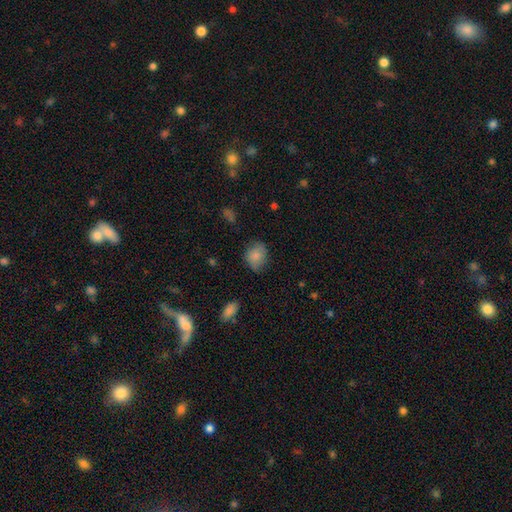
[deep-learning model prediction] smooth 83%, featured or disk 9%, star or artifact 8%. Down the decision tree: how rounded — in between (50%); merging — none (66%).